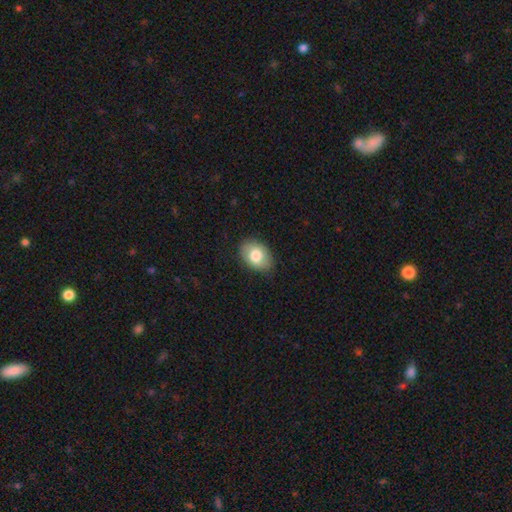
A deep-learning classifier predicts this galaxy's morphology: smooth 78%, featured or disk 15%, star or artifact 7%. Down the decision tree: how rounded — in between (81%); merging — none (85%).